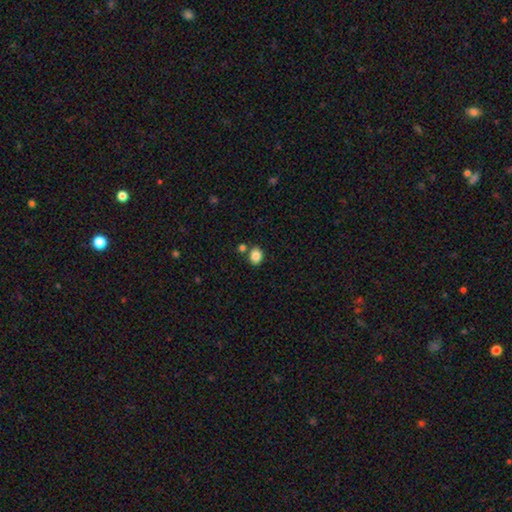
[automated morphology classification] Smooth or featured? smooth (86%)
How rounded? in between (51%)
Merging? none (75%)